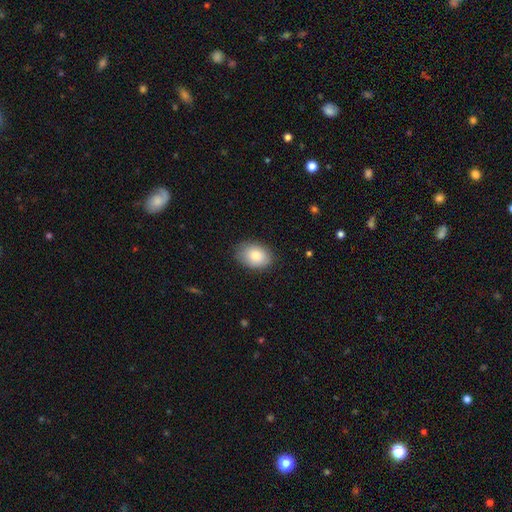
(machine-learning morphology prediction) smooth-or-featured: smooth: 84% | featured or disk: 8% | star or artifact: 7%
  how-rounded: in between: 78% | round: 21% | cigar-shaped: 1%
  merging: none: 84% | minor disturbance: 13% | major disturbance: 3% | merger: 1%